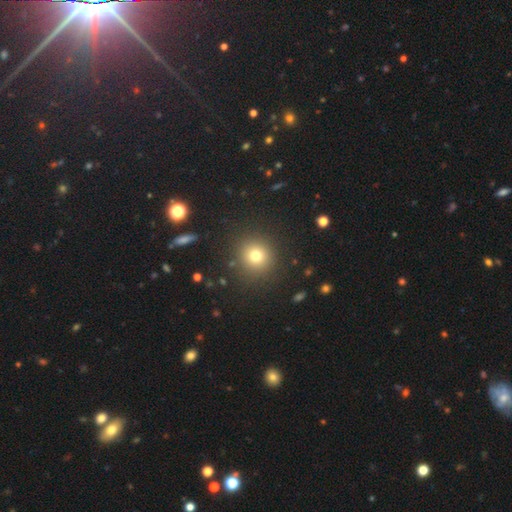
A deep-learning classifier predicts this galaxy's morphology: Smooth or featured? Predicted: smooth (p=0.74). How rounded? Predicted: round (p=0.92). Merging? Predicted: none (p=0.89).